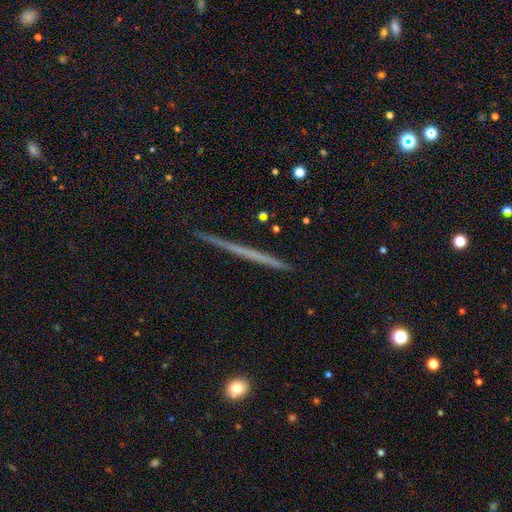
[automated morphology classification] featured or disk 58%, smooth 34%, star or artifact 7%. Down the decision tree: edge-on disk — yes (98%); edge-on bulge — none (91%); merging — none (91%).